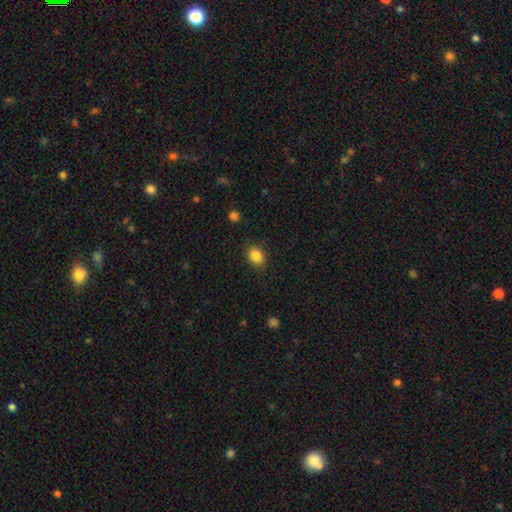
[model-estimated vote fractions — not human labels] A smooth galaxy with no disk features (85%) that is in between round and cigar-shaped (57%).

Vote fractions:
- Smooth or featured? smooth: 85% / star or artifact: 9% / featured or disk: 5%
- How rounded? in between: 57% / round: 42% / cigar-shaped: 1%
- Merging? none: 87% / minor disturbance: 9% / major disturbance: 2% / merger: 1%